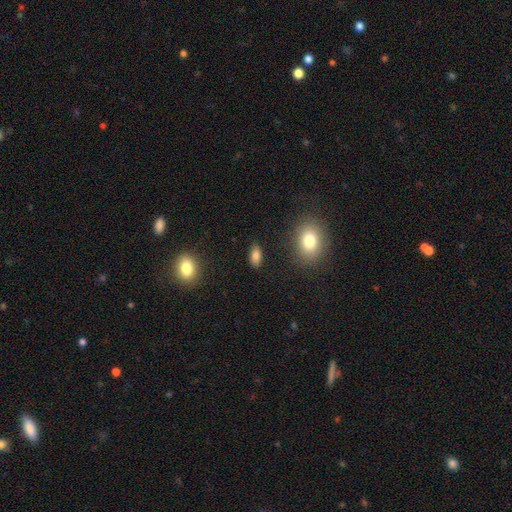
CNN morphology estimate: Smooth or featured?
  - smooth: 83% *
  - star or artifact: 10%
  - featured or disk: 7%
How rounded?
  - in between: 90% *
  - round: 5%
  - cigar-shaped: 5%
Merging?
  - none: 87% *
  - minor disturbance: 9%
  - major disturbance: 2%
  - merger: 2%